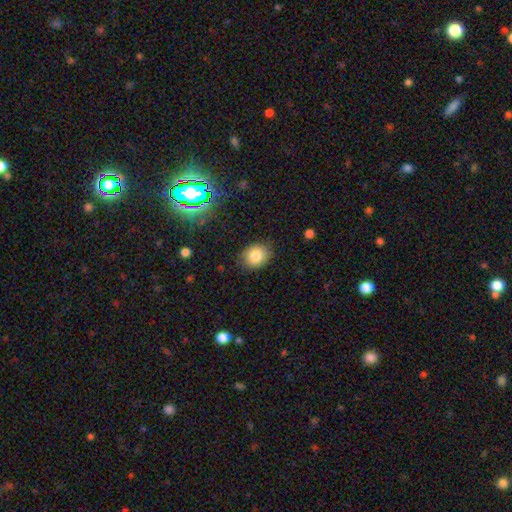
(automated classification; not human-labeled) Smooth or featured? smooth (82%)
How rounded? round (60%)
Merging? none (84%)